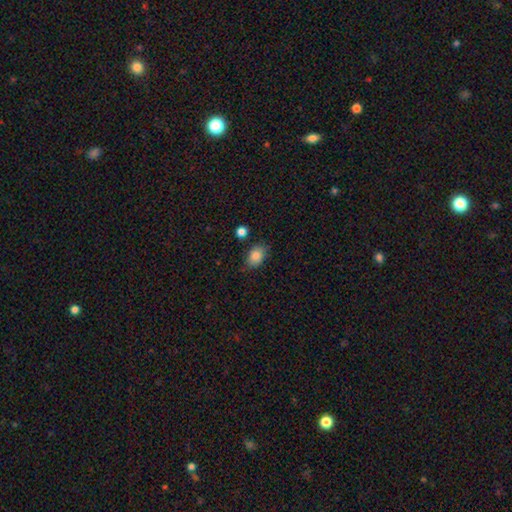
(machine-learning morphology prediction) type=smooth (85%); roundness=in between (77%); merging=none (72%).